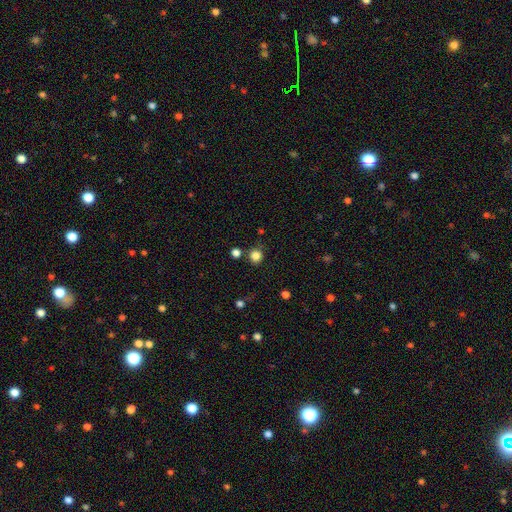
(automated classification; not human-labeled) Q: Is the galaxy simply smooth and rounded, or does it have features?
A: smooth — 83%.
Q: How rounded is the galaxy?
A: round — 91%.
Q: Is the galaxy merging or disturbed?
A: none — 81%.